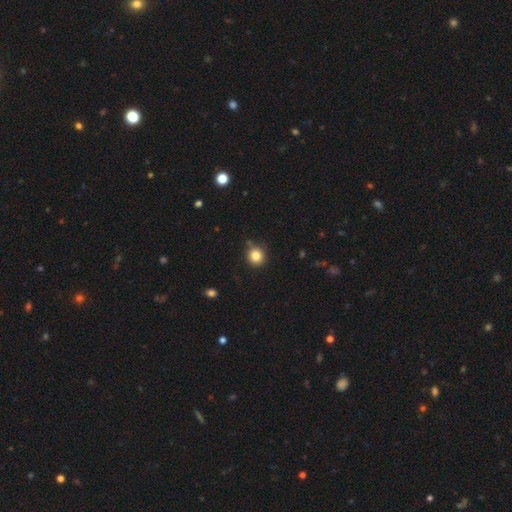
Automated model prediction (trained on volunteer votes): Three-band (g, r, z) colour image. It shows a smooth galaxy with no disk features (84%) that is round (89%). Merging: none (83%).